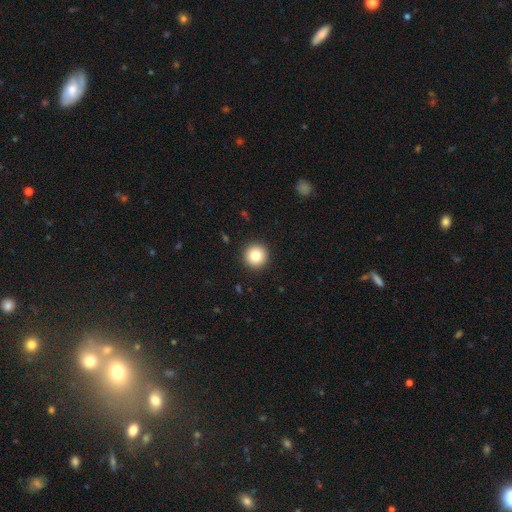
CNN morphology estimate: The model was most divided on "smooth or featured": smooth: 82%, star or artifact: 10%, featured or disk: 8%. More confident: how rounded — round (96%); merging — none (93%).